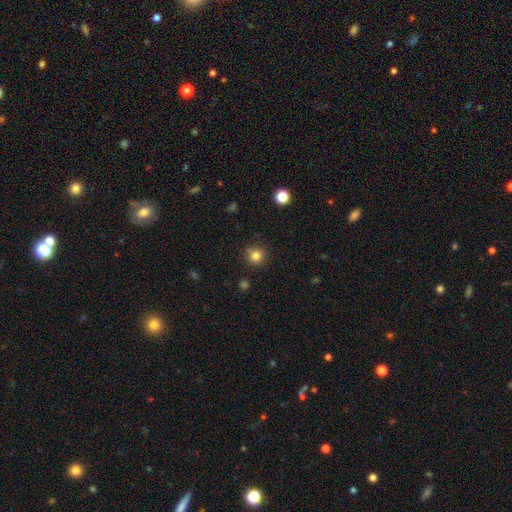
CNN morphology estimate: Overall: smooth (82%). How rounded: round (92%). Merging: none (86%).